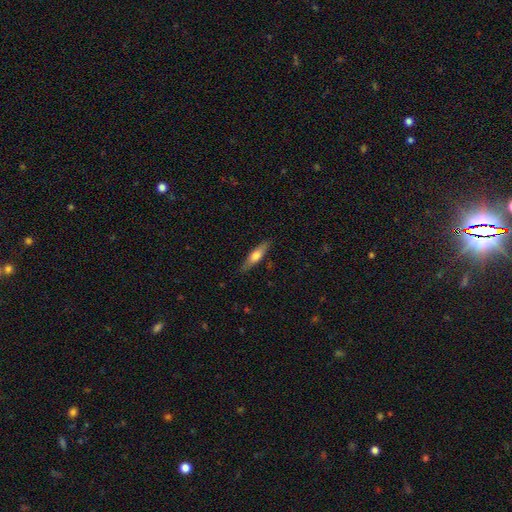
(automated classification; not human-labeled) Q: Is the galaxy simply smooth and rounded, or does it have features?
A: smooth — 54%.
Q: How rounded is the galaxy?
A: cigar-shaped — 71%.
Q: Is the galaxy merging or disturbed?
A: none — 85%.